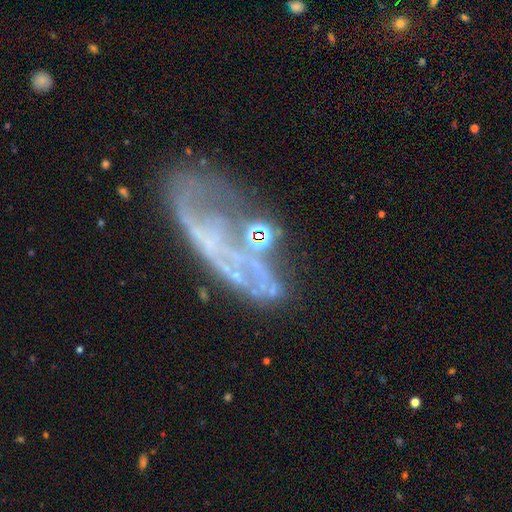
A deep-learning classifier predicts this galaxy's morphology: type=featured or disk (65%); edge-on=no (86%); bar=no (71%); spiral arms=no (62%); bulge=none (61%); merging=none (40%).